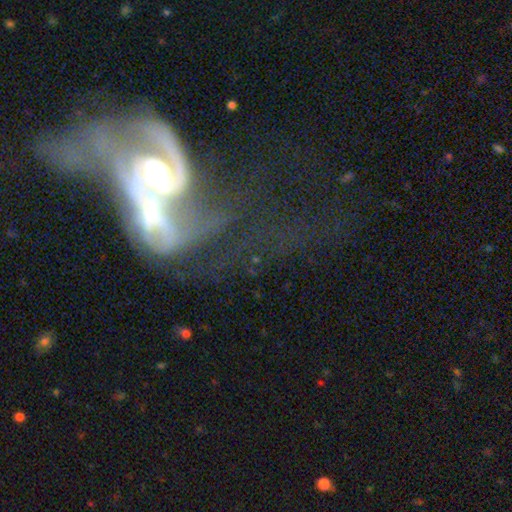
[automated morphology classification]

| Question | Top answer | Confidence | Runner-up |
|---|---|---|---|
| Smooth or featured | featured or disk | 79% | smooth (11%) |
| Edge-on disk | no | 94% | yes (6%) |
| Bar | no | 49% | weak (31%) |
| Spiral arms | yes | 84% | no (16%) |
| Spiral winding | medium | 40% | loose (33%) |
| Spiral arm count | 2 | 56% | can't tell (17%) |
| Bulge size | moderate | 57% | small (21%) |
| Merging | merger | 56% | major disturbance (21%) |